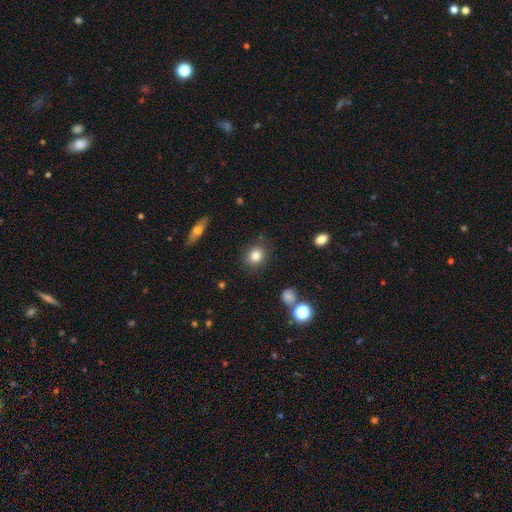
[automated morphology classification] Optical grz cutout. It shows a smooth galaxy with no disk features (84%) that is round (78%). Merging: none (87%).